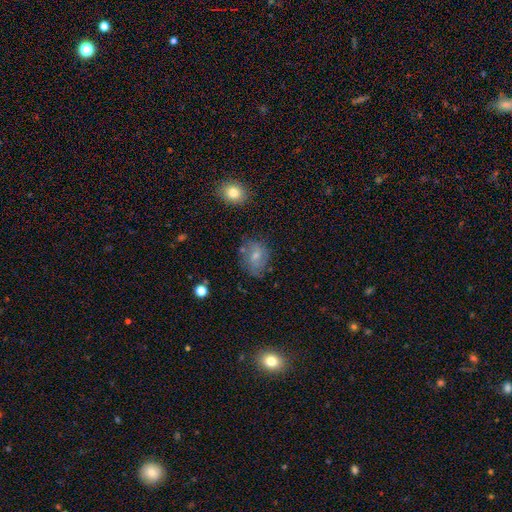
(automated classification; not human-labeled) A smooth galaxy with no disk features (41%, tied with featured or disk). Merging: none (72%).